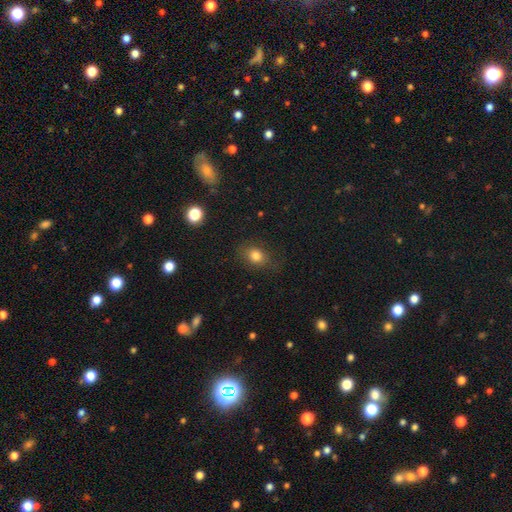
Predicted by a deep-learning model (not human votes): A smooth galaxy with no disk features (80%) that is in between round and cigar-shaped (52%).

Vote fractions:
- Smooth or featured? smooth: 80% / star or artifact: 12% / featured or disk: 8%
- How rounded? in between: 52% / round: 46% / cigar-shaped: 1%
- Merging? none: 76% / minor disturbance: 16% / major disturbance: 6% / merger: 1%